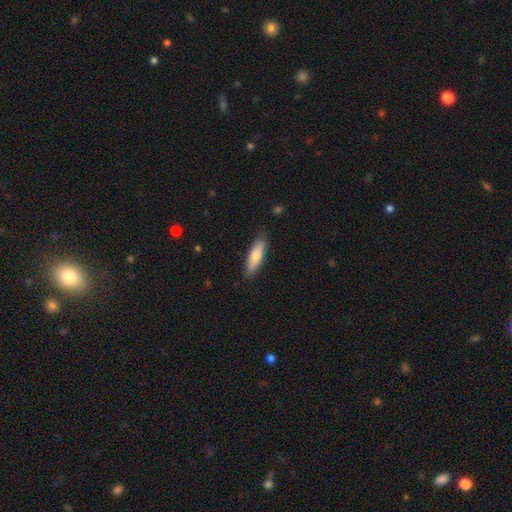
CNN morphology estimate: type=smooth (74%); roundness=cigar-shaped (61%); merging=none (86%).